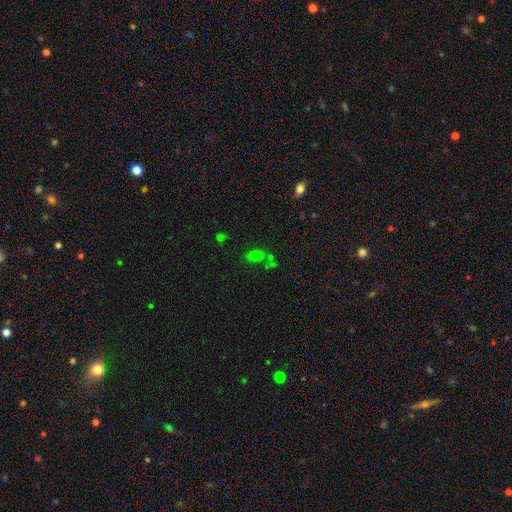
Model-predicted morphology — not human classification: smooth-or-featured: smooth: 61% | star or artifact: 29% | featured or disk: 10%
  how-rounded: in between: 76% | round: 21% | cigar-shaped: 3%
  merging: none: 54% | merger: 24% | minor disturbance: 14% | major disturbance: 8%